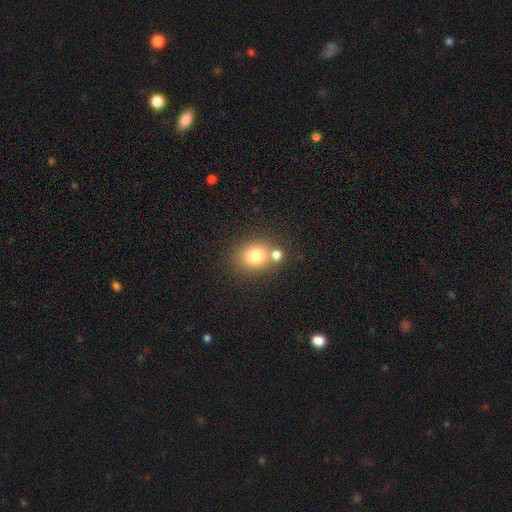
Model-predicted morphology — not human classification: smooth 77%, star or artifact 12%, featured or disk 11%. Down the decision tree: how rounded — round (69%); merging — none (61%).